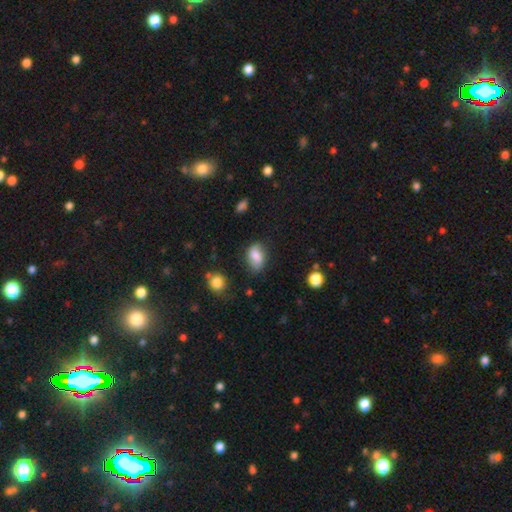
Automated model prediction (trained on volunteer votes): A smooth galaxy with no disk features (75%) that is in between round and cigar-shaped (85%).

Vote fractions:
- Smooth or featured? smooth: 75% / featured or disk: 16% / star or artifact: 9%
- How rounded? in between: 85% / round: 13% / cigar-shaped: 2%
- Merging? none: 64% / minor disturbance: 26% / major disturbance: 7% / merger: 3%